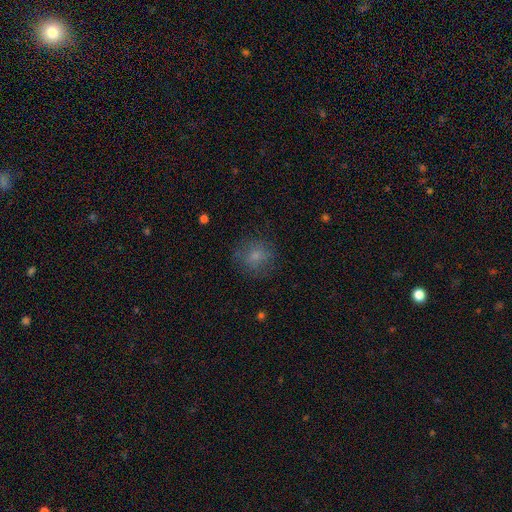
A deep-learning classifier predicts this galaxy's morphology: type=smooth (77%); roundness=round (85%); merging=none (78%).